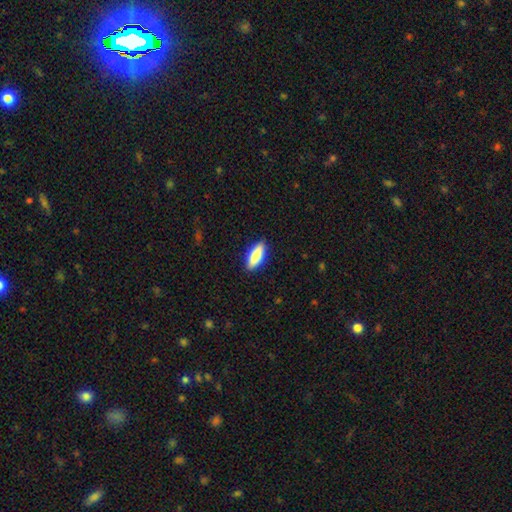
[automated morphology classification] type=smooth (83%); roundness=in between (71%); merging=none (89%).